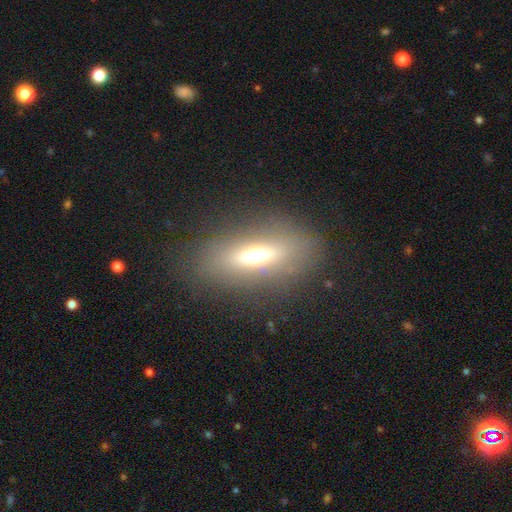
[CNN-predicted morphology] smooth-or-featured: smooth: 48% | featured or disk: 35% | star or artifact: 17%
  merging: none: 81% | minor disturbance: 10% | major disturbance: 8% | merger: 2%